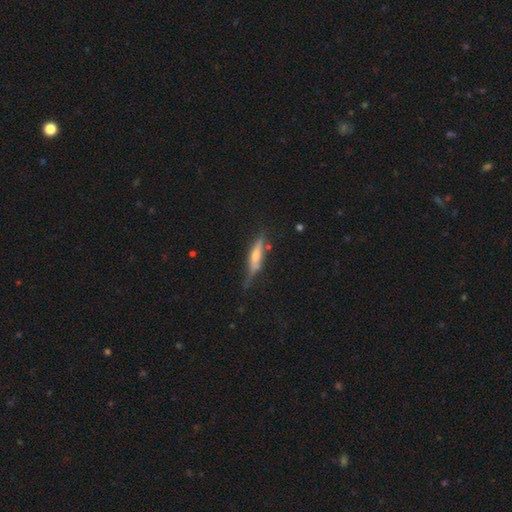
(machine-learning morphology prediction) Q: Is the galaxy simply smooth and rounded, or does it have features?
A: featured or disk — 56%.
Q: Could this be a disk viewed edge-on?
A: yes — 90%.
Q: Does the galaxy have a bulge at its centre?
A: rounded — 72%.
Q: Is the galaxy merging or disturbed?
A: none — 63%.